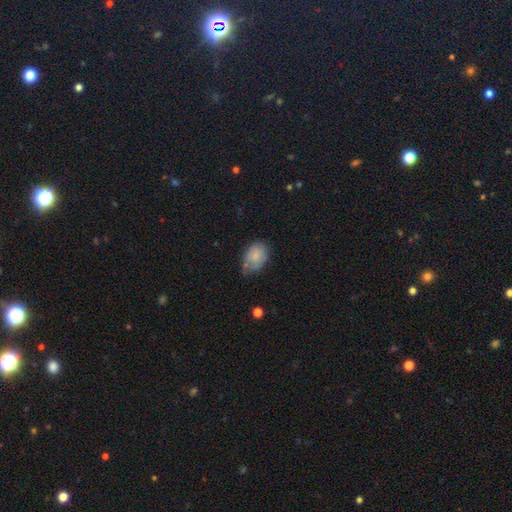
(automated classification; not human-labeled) The model was most divided on "merging": none: 50%, minor disturbance: 35%, major disturbance: 9%, merger: 5%. More confident: smooth or featured — smooth (80%); how rounded — in between (79%).